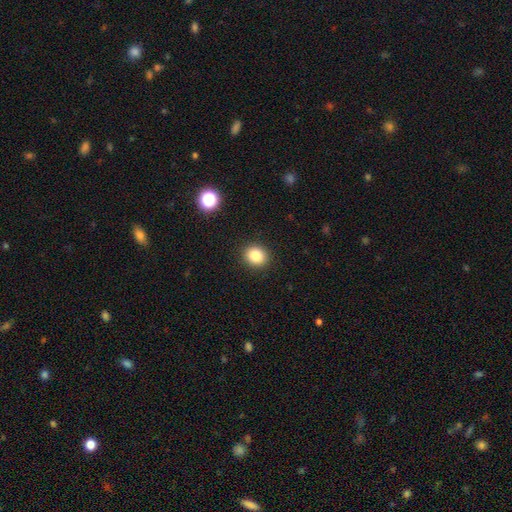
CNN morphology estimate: A smooth galaxy with no disk features (85%) that is round (71%). Merging: none (91%).